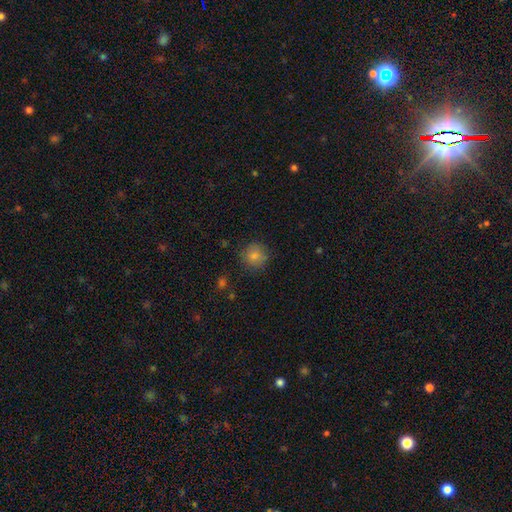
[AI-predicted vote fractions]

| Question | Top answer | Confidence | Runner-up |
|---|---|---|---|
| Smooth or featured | smooth | 76% | star or artifact (15%) |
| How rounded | round | 93% | in between (6%) |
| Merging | none | 86% | minor disturbance (10%) |